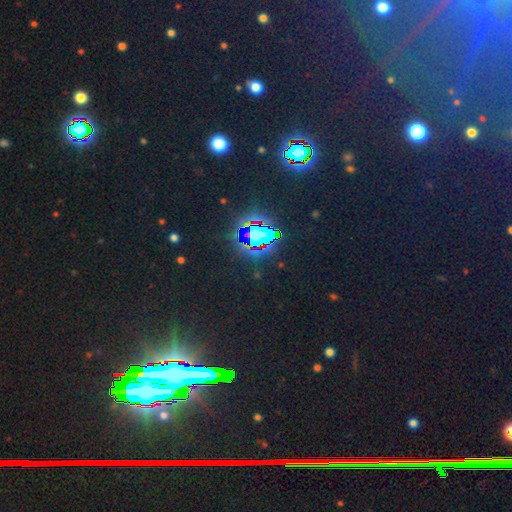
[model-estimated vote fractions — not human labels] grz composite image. It shows a star or artifact, not a galaxy (84%).